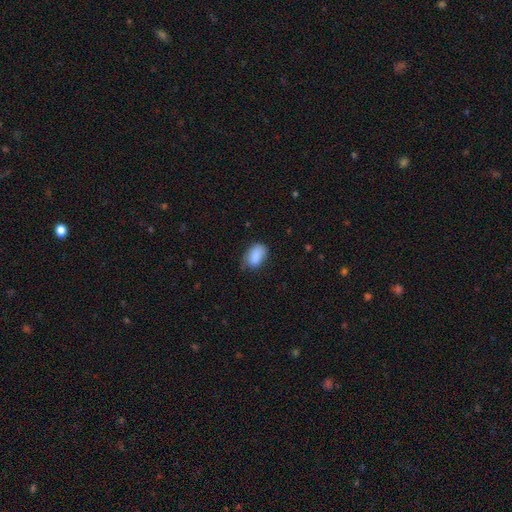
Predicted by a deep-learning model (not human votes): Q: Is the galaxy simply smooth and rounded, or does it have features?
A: smooth — 86%.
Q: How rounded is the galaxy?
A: in between — 88%.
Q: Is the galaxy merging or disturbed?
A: none — 57%.